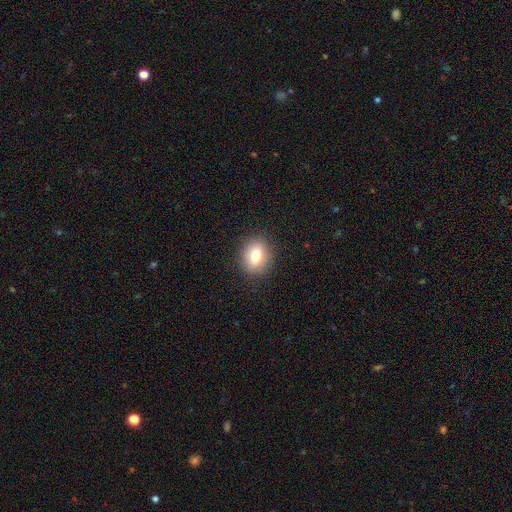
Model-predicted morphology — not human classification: smooth-or-featured: smooth: 77% | featured or disk: 12% | star or artifact: 10%
  how-rounded: in between: 53% | round: 45% | cigar-shaped: 2%
  merging: none: 88% | minor disturbance: 8% | major disturbance: 3% | merger: 1%